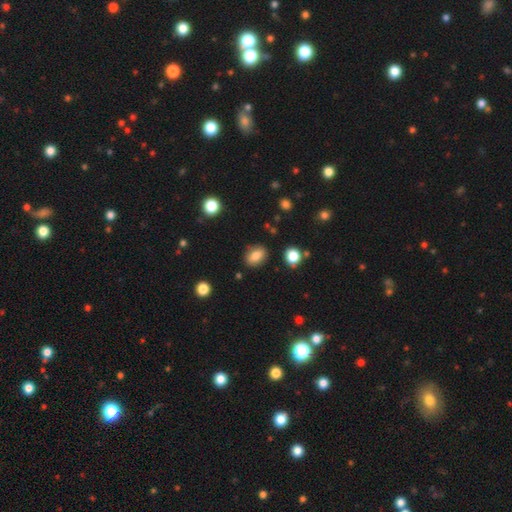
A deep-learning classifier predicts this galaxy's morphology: Q: Smooth or featured?
A: smooth (81%); runner-up: featured or disk (10%)
Q: How rounded?
A: in between (75%); runner-up: round (22%)
Q: Merging?
A: none (84%); runner-up: minor disturbance (10%)